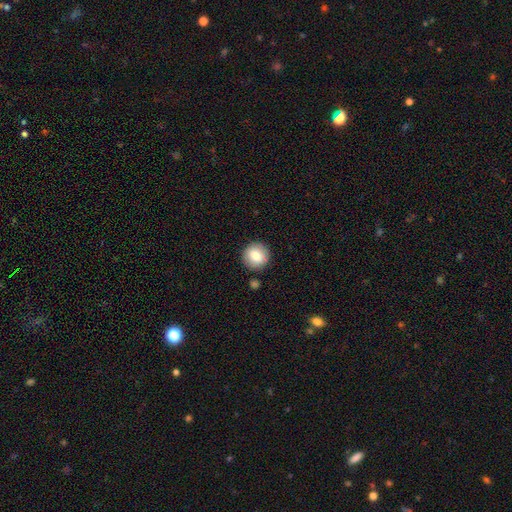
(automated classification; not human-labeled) The model was most divided on "smooth or featured": smooth: 82%, featured or disk: 11%, star or artifact: 8%. More confident: how rounded — round (92%); merging — none (86%).